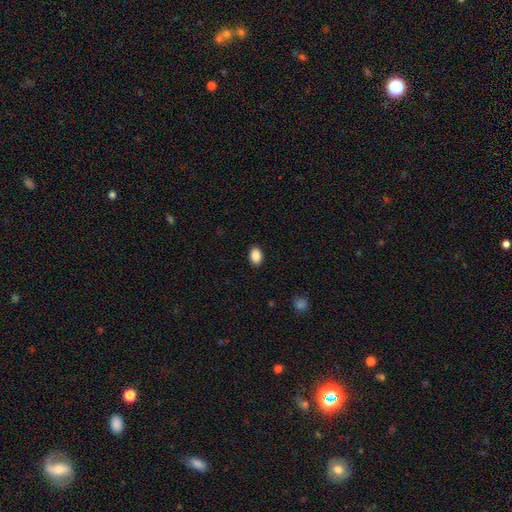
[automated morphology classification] Q: Smooth or featured?
A: smooth (88%); runner-up: star or artifact (8%)
Q: How rounded?
A: in between (81%); runner-up: round (18%)
Q: Merging?
A: none (90%); runner-up: minor disturbance (7%)